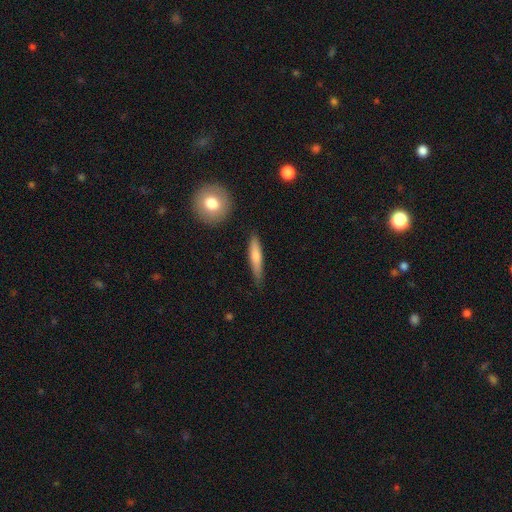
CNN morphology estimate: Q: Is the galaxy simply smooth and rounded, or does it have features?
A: smooth — 69%.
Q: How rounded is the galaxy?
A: cigar-shaped — 85%.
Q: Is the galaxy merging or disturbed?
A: none — 79%.